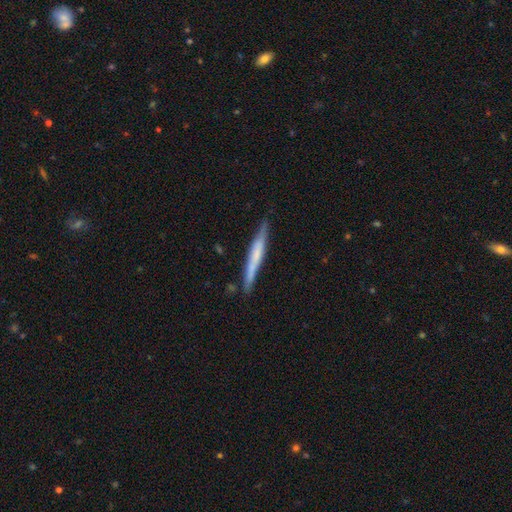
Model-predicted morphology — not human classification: smooth_or_featured: featured or disk (p=0.48) [alt: smooth p=0.46]
merging: none (p=0.83) [alt: minor disturbance p=0.13]